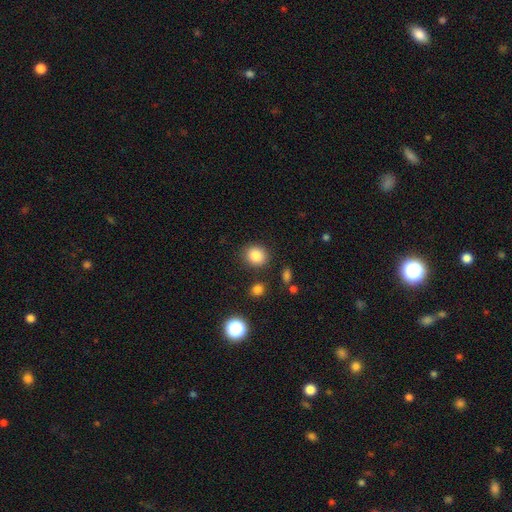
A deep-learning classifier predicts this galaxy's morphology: type=smooth (85%); roundness=round (75%); merging=none (85%).